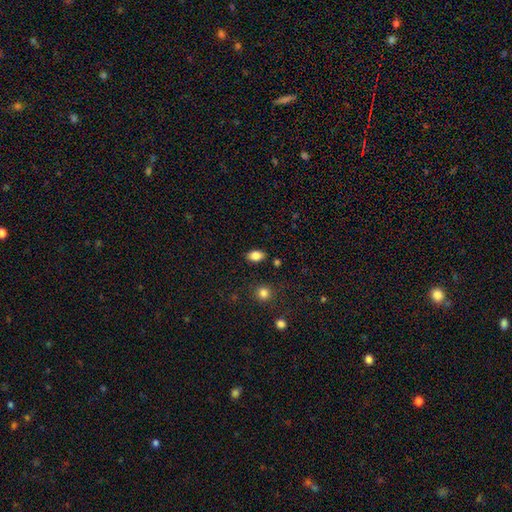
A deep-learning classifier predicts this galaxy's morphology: Smooth or featured? Predicted: smooth (p=0.84). How rounded? Predicted: in between (p=0.87). Merging? Predicted: none (p=0.85).